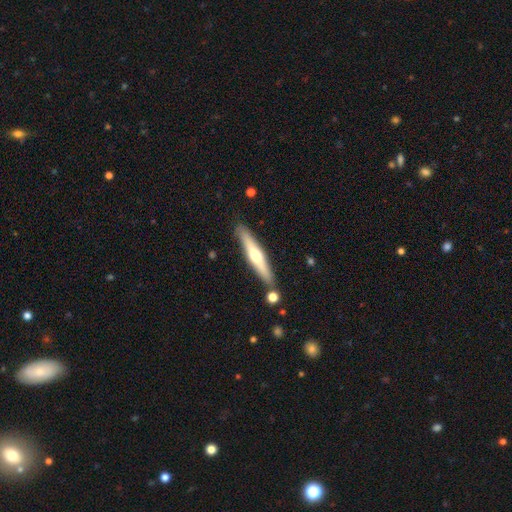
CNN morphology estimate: Smooth or featured? featured or disk (53%)
Edge-on disk? yes (93%)
Merging? none (85%)